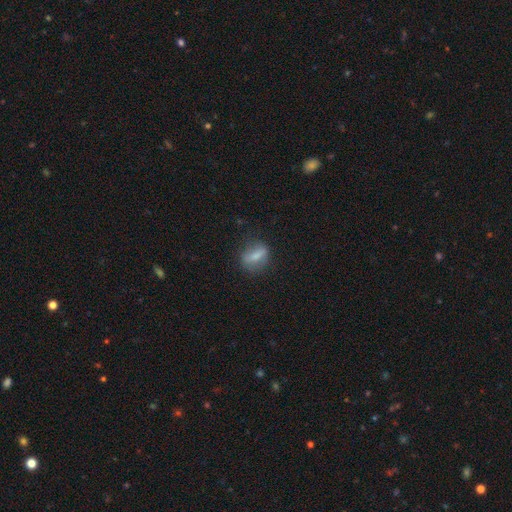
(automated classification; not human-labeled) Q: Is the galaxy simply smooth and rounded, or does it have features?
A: smooth — 59%.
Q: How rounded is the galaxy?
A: in between — 61%.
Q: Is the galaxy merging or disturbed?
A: none — 72%.